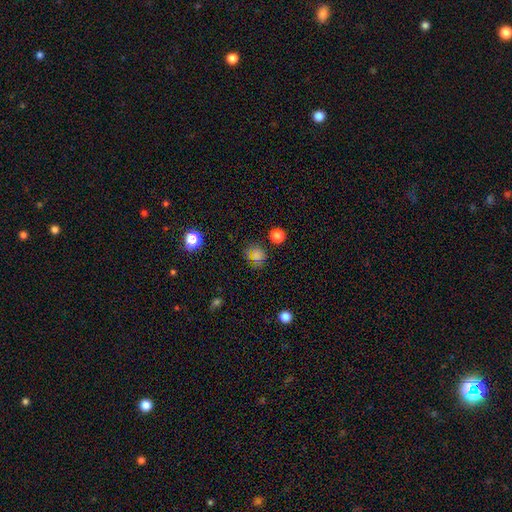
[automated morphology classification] Smooth or featured?
  - smooth: 67% *
  - star or artifact: 26%
  - featured or disk: 7%
How rounded?
  - round: 81% *
  - in between: 18%
  - cigar-shaped: 1%
Merging?
  - none: 78% *
  - minor disturbance: 13%
  - major disturbance: 5%
  - merger: 4%